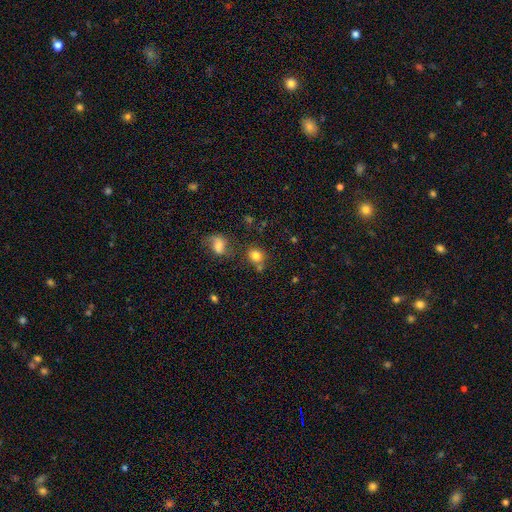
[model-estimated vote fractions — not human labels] This appears to be a smooth galaxy with no disk features (79%) that is round (78%). Merging: none (63%).